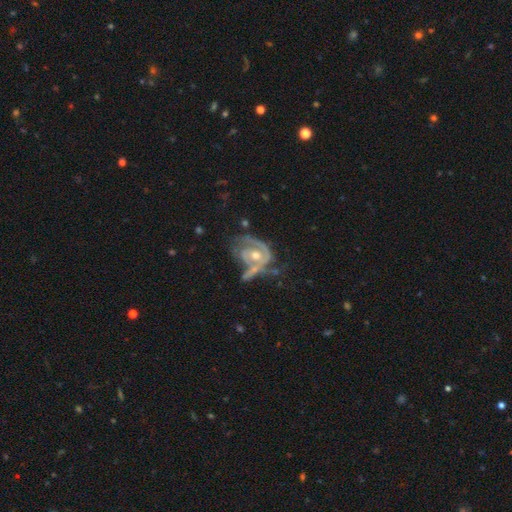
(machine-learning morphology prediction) Smooth or featured: featured or disk — 81% (smooth — 13%)
Edge-on disk: no — 97% (yes — 3%)
Bar: no — 67% (weak — 25%)
Spiral arms: yes — 80% (no — 20%)
Spiral winding: tight — 49% (medium — 35%)
Spiral arm count: 2 — 48% (can't tell — 21%)
Bulge size: moderate — 70% (small — 23%)
Merging: major disturbance — 29% (none — 28%)